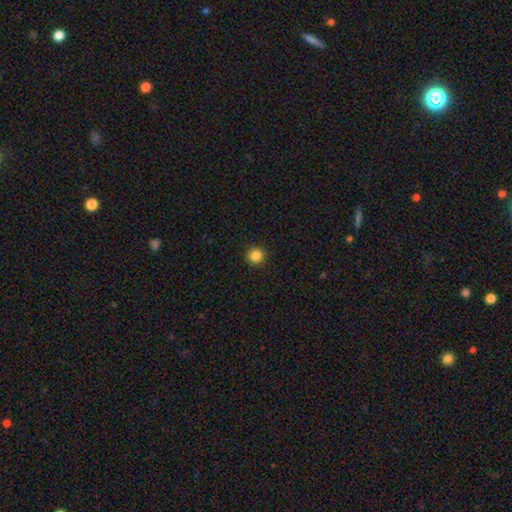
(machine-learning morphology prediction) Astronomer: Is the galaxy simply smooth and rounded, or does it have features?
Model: smooth — 85%.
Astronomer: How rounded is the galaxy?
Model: round — 95%.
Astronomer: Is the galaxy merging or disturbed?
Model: none — 93%.